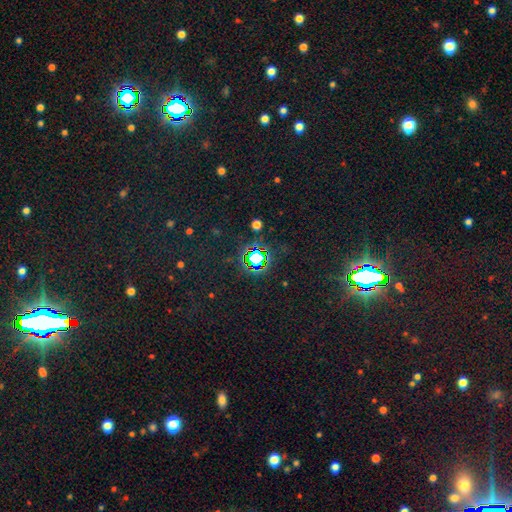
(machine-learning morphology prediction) star or artifact 70%, smooth 21%, featured or disk 10%.